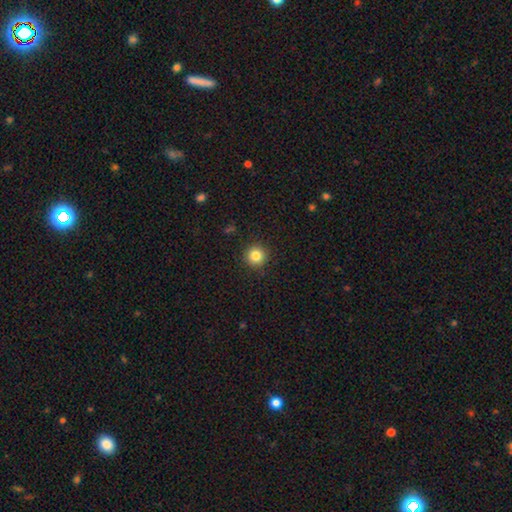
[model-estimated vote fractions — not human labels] This appears to be a smooth galaxy with no disk features (83%) that is round (95%). Merging: none (91%).